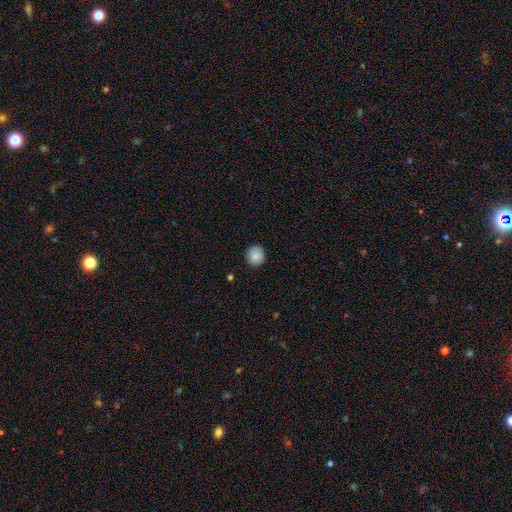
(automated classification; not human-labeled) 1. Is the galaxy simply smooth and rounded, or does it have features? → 83% smooth, 10% featured or disk, 7% star or artifact.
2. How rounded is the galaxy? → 90% round, 9% in between, 1% cigar-shaped.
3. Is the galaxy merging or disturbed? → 85% none, 12% minor disturbance, 2% major disturbance, 1% merger.